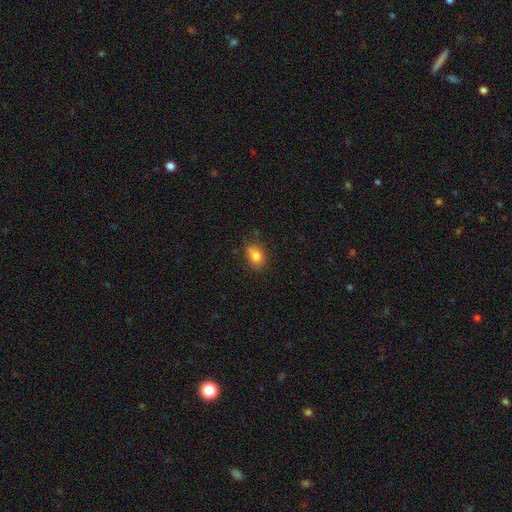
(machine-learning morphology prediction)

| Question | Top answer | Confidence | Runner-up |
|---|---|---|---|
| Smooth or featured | smooth | 82% | star or artifact (10%) |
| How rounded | in between | 73% | round (26%) |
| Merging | none | 77% | minor disturbance (17%) |